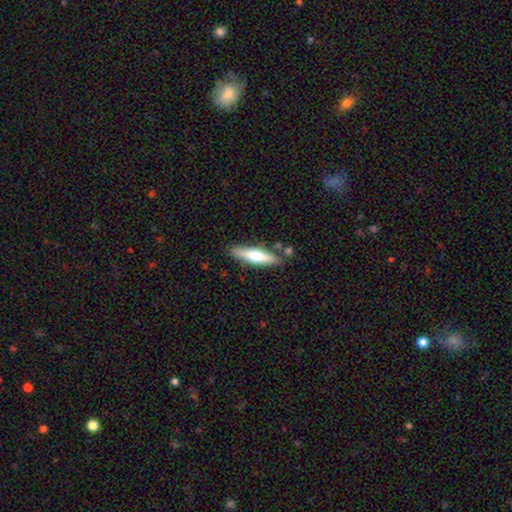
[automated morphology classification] type=smooth (50%); merging=none (81%).